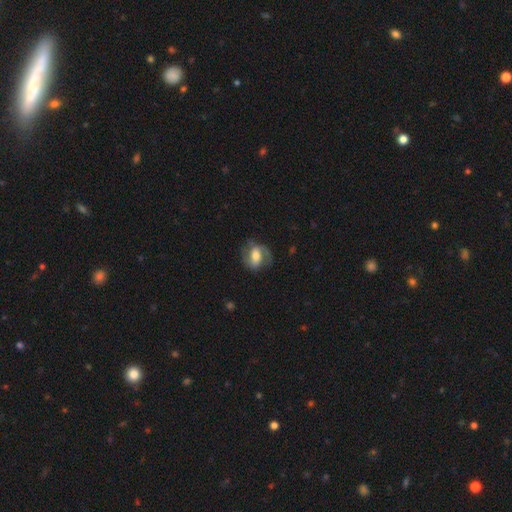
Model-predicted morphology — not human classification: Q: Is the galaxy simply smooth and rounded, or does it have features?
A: featured or disk — 66%.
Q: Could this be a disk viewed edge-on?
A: no — 96%.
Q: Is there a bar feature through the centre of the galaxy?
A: weak — 39%.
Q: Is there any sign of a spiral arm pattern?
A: yes — 87%.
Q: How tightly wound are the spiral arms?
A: medium — 49%.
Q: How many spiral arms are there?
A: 2 — 83%.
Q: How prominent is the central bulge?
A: moderate — 54%.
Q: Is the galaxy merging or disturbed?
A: none — 69%.